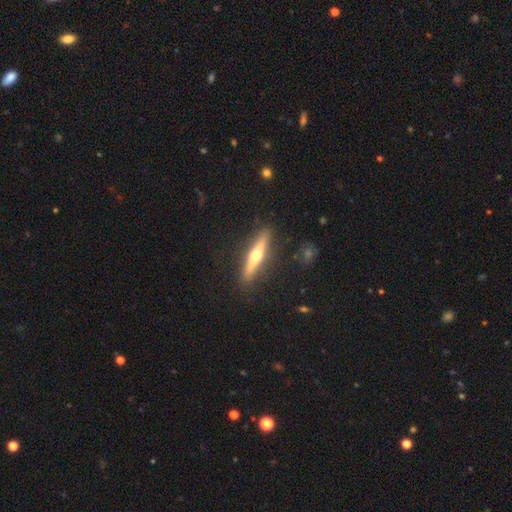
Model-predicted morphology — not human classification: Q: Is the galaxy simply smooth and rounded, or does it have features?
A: featured or disk — 59%.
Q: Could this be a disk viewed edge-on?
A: yes — 95%.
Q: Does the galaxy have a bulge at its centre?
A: rounded — 92%.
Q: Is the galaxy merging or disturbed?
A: none — 88%.